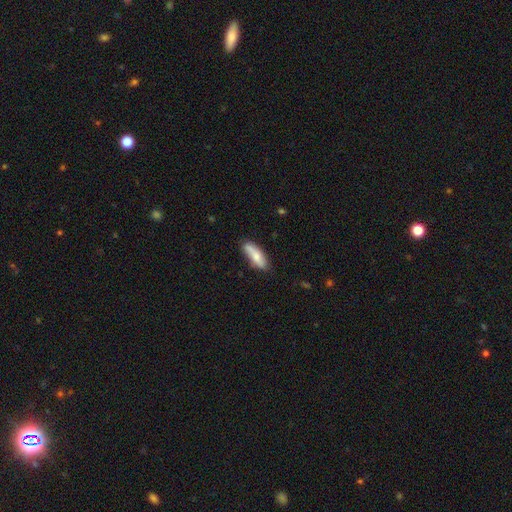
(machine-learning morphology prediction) A smooth galaxy with no disk features (73%) that is in between round and cigar-shaped (54%). Merging: none (72%).